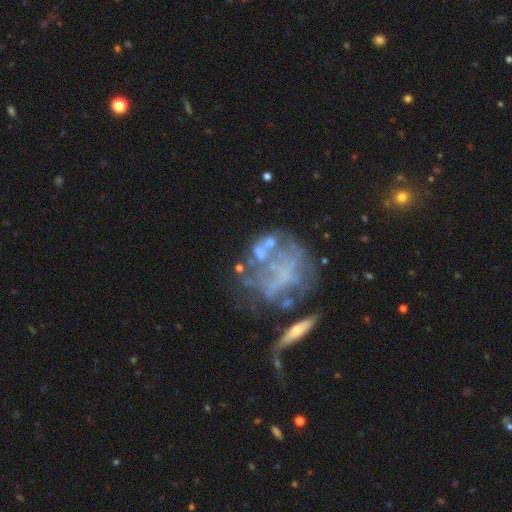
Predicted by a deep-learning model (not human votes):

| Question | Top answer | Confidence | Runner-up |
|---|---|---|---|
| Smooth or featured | featured or disk | 62% | smooth (23%) |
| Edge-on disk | no | 96% | yes (4%) |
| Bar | no | 89% | weak (8%) |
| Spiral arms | no | 87% | yes (13%) |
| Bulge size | none | 77% | small (11%) |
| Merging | none | 39% | major disturbance (28%) |